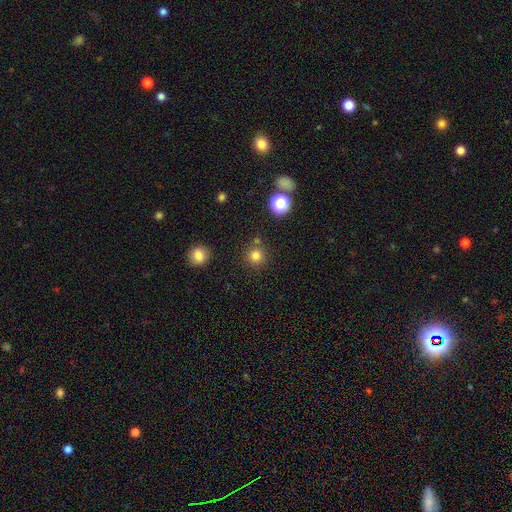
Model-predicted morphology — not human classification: A smooth galaxy with no disk features (80%) that is round (94%). Merging: none (82%).